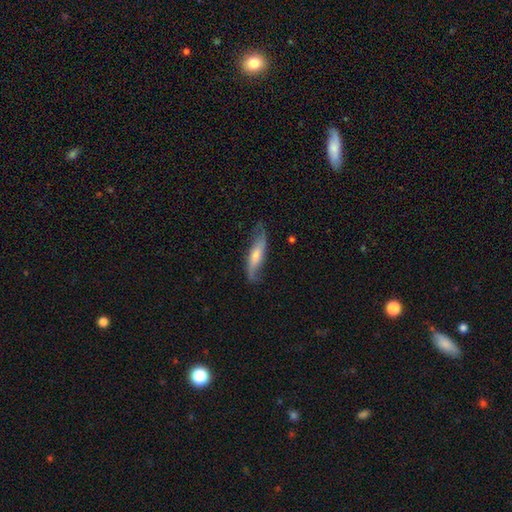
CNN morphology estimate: Overall: featured or disk (55%; smooth 39%). Edge-on disk: no (53%; yes 47%). Merging: none (69%).